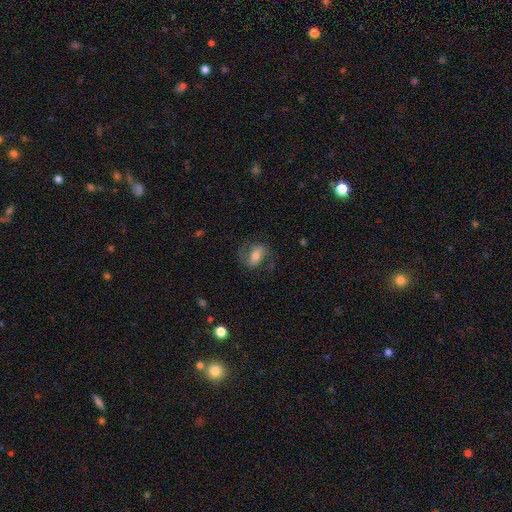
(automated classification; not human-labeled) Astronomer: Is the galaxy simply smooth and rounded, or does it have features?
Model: featured or disk — 49% (runner-up: smooth, 43%).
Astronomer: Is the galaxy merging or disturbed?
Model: none — 65%.